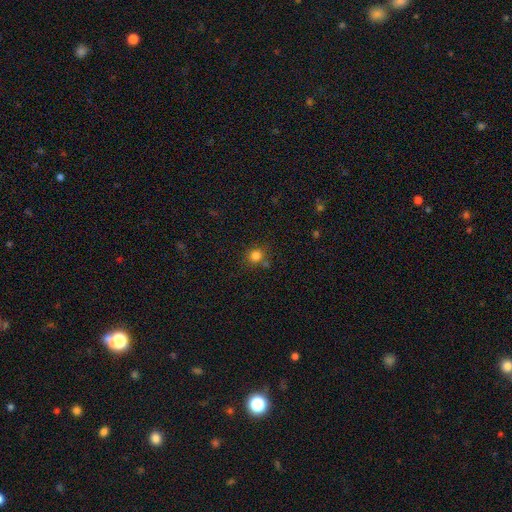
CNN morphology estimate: A smooth galaxy with no disk features (81%) that is round (86%). Merging: none (74%).